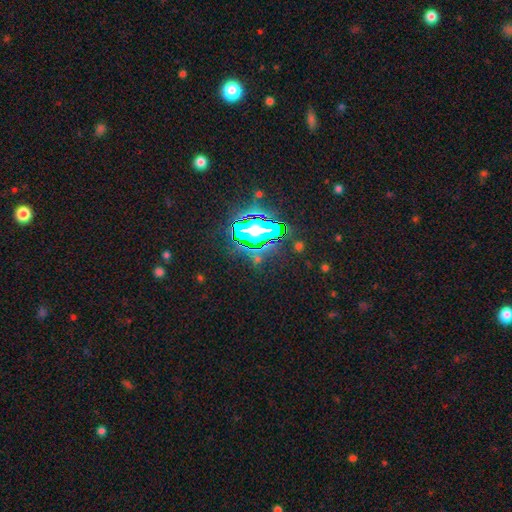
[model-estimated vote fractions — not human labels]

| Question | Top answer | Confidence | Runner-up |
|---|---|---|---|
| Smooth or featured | star or artifact | 73% | smooth (16%) |